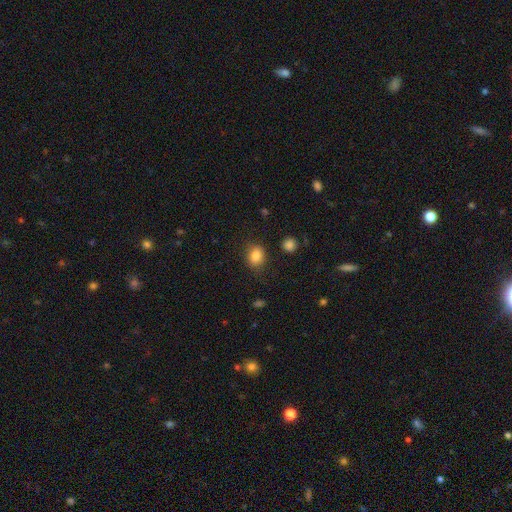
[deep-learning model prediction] Smooth or featured? Predicted: smooth (p=0.84). How rounded? Predicted: in between (p=0.53). Merging? Predicted: none (p=0.82).